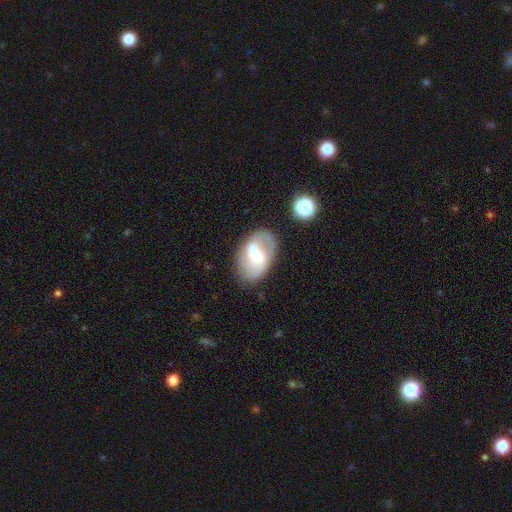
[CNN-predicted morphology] The model was most divided on "bulge size": moderate: 40%, small: 35%, large: 13%, none: 10%, dominant: 3%. Remaining: edge-on disk — no (96%); spiral arms — yes (77%); merging — none (69%); smooth or featured — featured or disk (61%); bar — weak (49%).